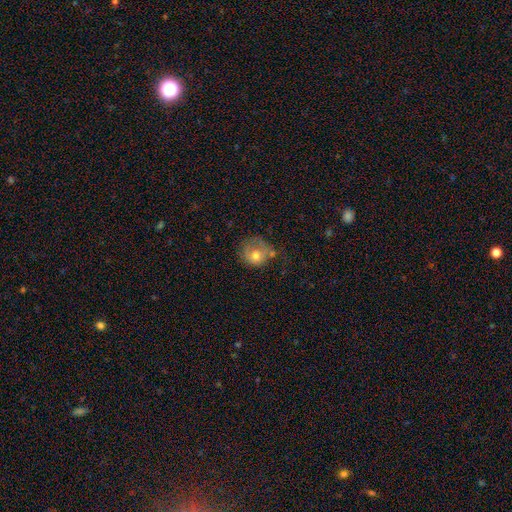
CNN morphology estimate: This is likely a smooth galaxy (64%). How rounded: likely round (73%). Merging: marginally none (36%).